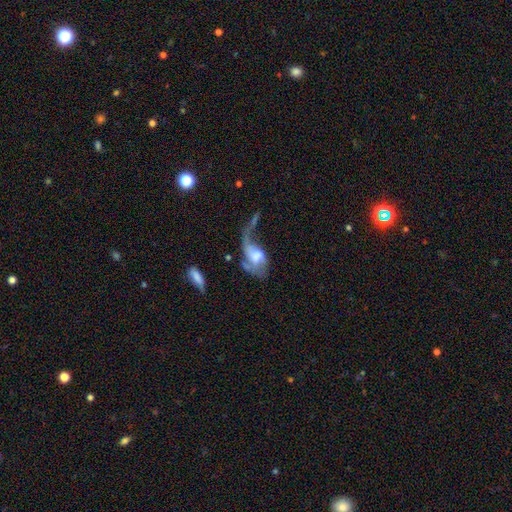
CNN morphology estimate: This appears to be a featured or disk galaxy (61%) with no bar (60%), spiral arms (69%) and a large central bulge (34%). Merging: major disturbance (54%).